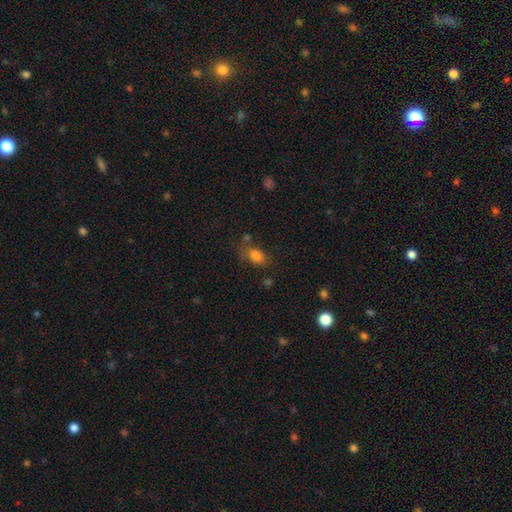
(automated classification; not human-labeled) Smooth or featured: smooth — 81% (star or artifact — 10%)
How rounded: in between — 83% (round — 14%)
Merging: none — 62% (minor disturbance — 21%)